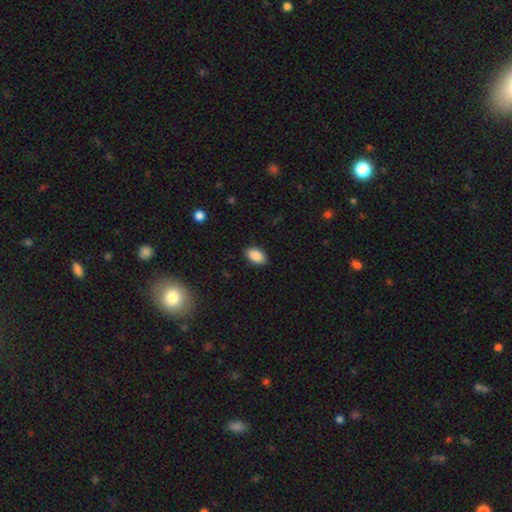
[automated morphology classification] smooth_or_featured: smooth (p=0.89) [alt: star or artifact p=0.07]
how_rounded: in between (p=0.93) [alt: round p=0.05]
merging: none (p=0.88) [alt: minor disturbance p=0.09]